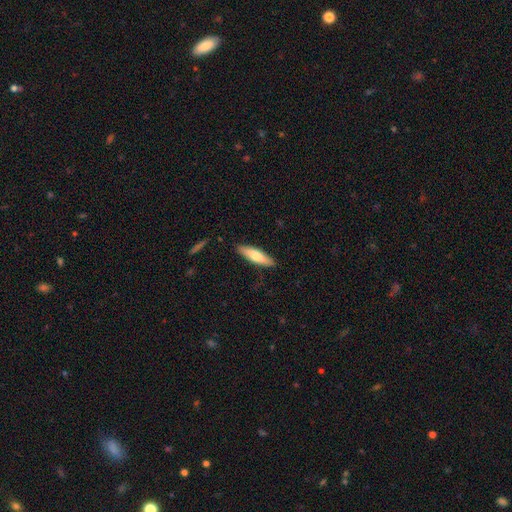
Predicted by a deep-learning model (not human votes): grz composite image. It shows a smooth galaxy with no disk features (68%) that is cigar-shaped (64%). Merging: none (87%).